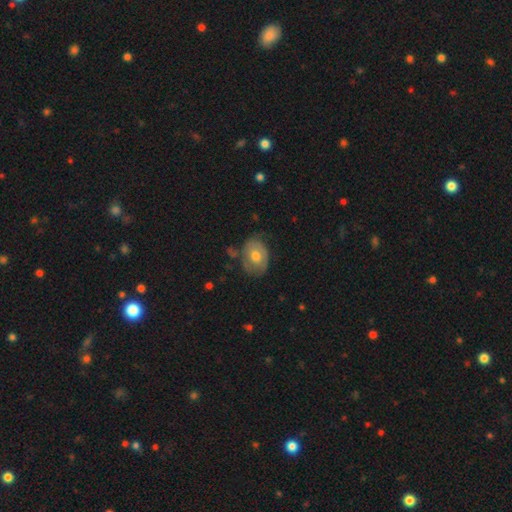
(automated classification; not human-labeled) Morphology: type=smooth (57%); roundness=in between (68%); merging=none (61%).